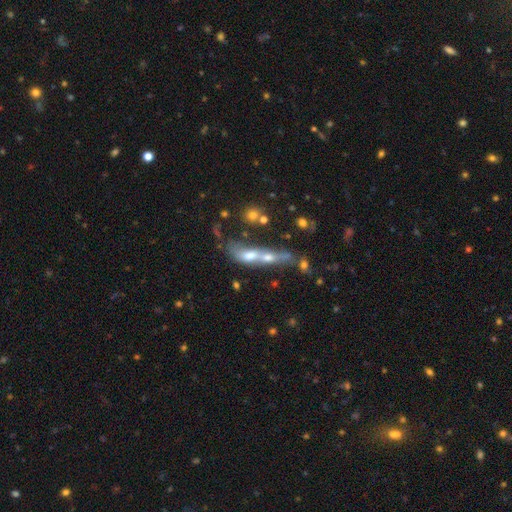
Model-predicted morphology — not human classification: This is possibly a featured or disk galaxy (48%). Merging: possibly merger (52%).